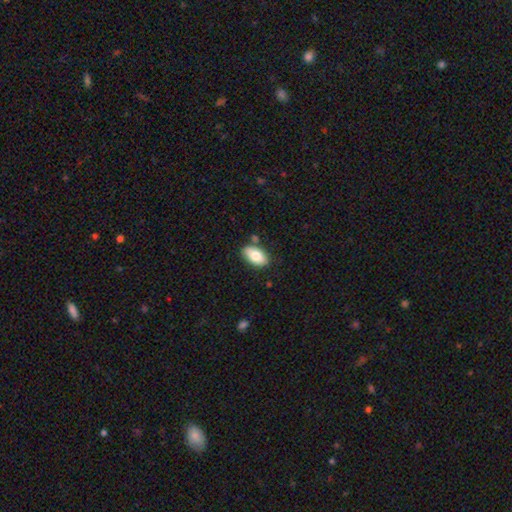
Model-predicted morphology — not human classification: Smooth or featured: smooth — 81% (featured or disk — 13%)
How rounded: in between — 93% (round — 4%)
Merging: none — 78% (minor disturbance — 14%)